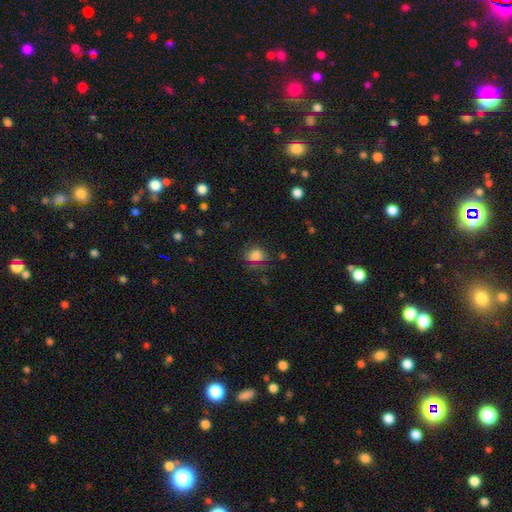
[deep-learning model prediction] This appears to be a smooth galaxy with no disk features (74%) that is round (54%). Merging: none (65%).